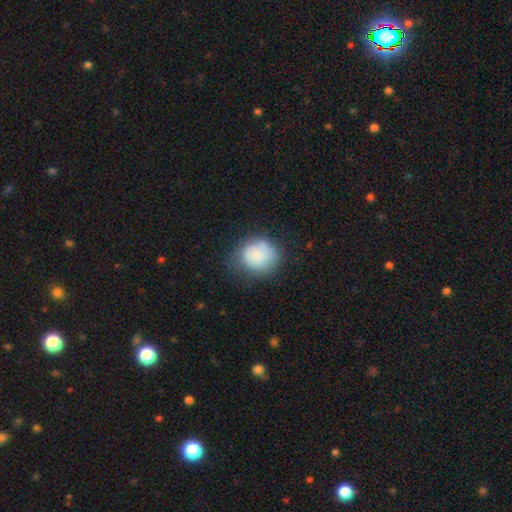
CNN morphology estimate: The model was most divided on "merging": none: 58%, minor disturbance: 27%, major disturbance: 12%, merger: 3%. More confident: how rounded — round (74%); smooth or featured — smooth (73%).